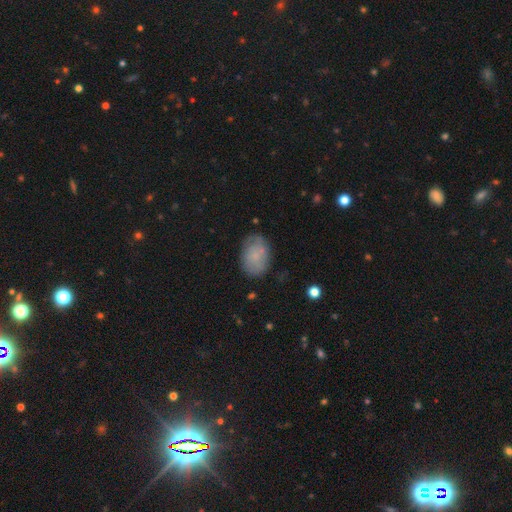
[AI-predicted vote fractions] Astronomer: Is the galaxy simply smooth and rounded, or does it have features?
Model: smooth — 69%.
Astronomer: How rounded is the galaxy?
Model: in between — 83%.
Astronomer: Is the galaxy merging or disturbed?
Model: none — 74%.